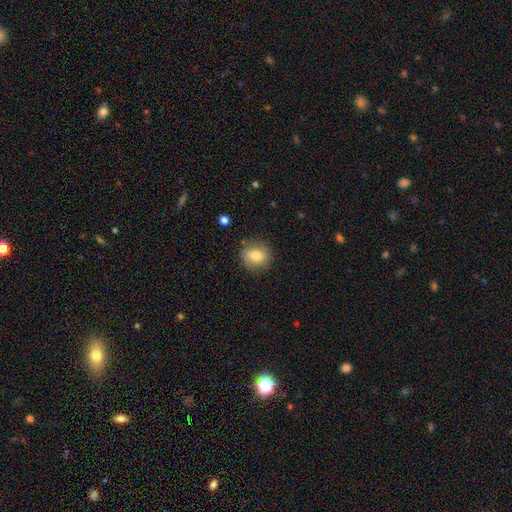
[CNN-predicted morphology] smooth-or-featured: smooth: 76% | featured or disk: 15% | star or artifact: 9%
  how-rounded: round: 80% | in between: 19% | cigar-shaped: 1%
  merging: none: 84% | minor disturbance: 12% | major disturbance: 3% | merger: 2%